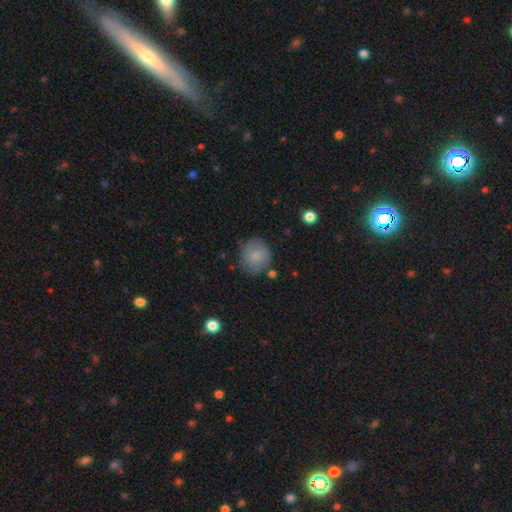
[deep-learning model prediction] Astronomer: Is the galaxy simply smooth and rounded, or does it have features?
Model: smooth — 79%.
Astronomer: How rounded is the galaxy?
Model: round — 83%.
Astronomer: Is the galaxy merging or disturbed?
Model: none — 75%.